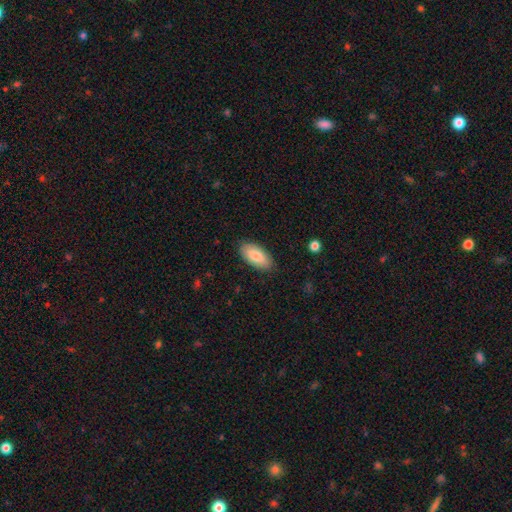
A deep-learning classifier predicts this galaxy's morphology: This appears to be a smooth galaxy with no disk features (83%) that is in between round and cigar-shaped (93%). Merging: none (86%).